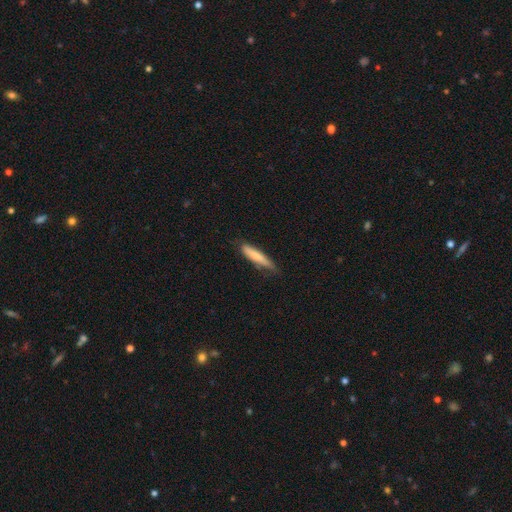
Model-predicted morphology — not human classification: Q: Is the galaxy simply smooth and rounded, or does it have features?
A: smooth — 77%.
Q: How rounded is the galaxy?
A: cigar-shaped — 87%.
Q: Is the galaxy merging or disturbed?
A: none — 68%.